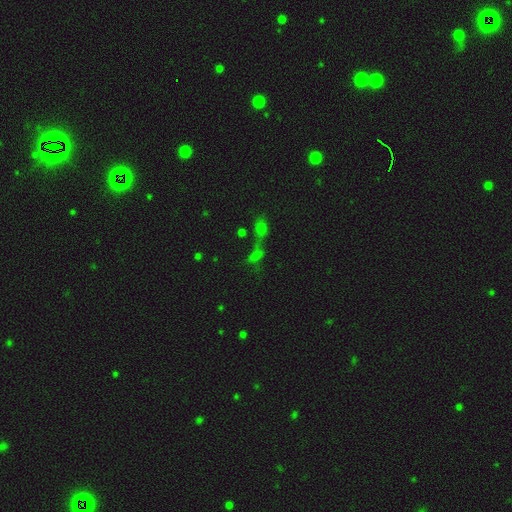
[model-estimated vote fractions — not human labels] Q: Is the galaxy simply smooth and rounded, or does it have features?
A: smooth — 48%.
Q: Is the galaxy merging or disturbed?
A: merger — 51%.